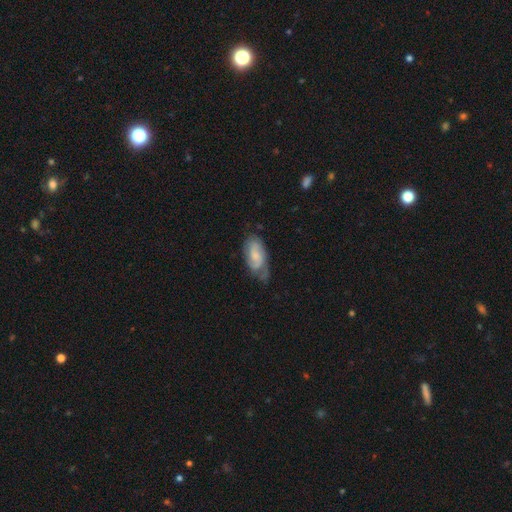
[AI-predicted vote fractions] This appears to be a featured or disk galaxy (60%) with no bar (56%), 2 (63%) medium (44%) spiral arms (90%) and a small central bulge (39%). Merging: none (56%).